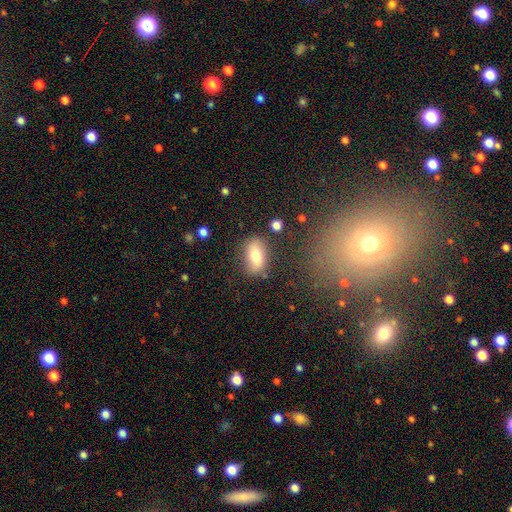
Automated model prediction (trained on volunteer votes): Q: Smooth or featured?
A: smooth (75%); runner-up: featured or disk (18%)
Q: How rounded?
A: in between (88%); runner-up: round (7%)
Q: Merging?
A: none (75%); runner-up: minor disturbance (16%)